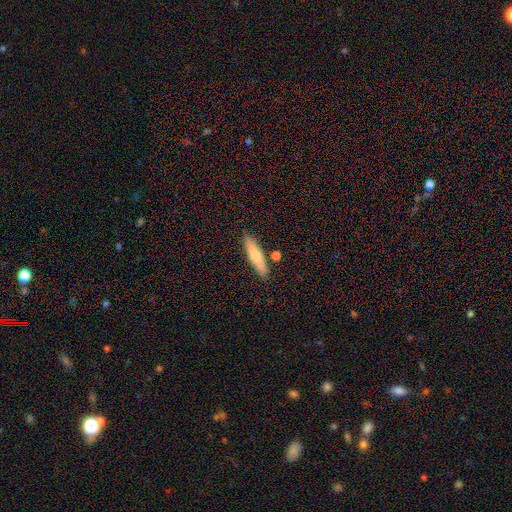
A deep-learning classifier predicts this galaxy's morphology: Smooth or featured? Predicted: smooth (p=0.71). How rounded? Predicted: cigar-shaped (p=0.81). Merging? Predicted: none (p=0.84).